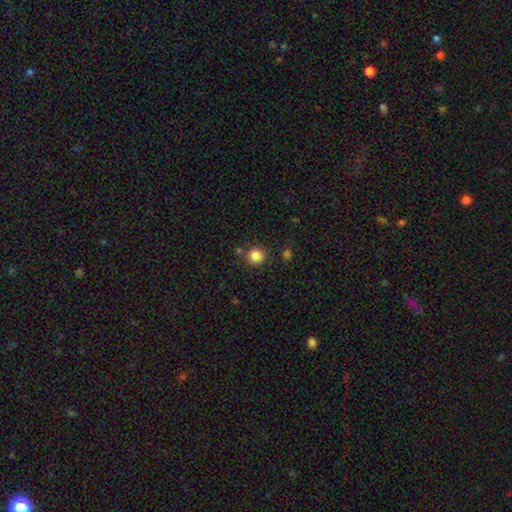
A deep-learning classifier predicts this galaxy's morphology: The model was most divided on "smooth or featured": smooth: 85%, star or artifact: 11%, featured or disk: 4%. More confident: how rounded — round (94%); merging — none (85%).